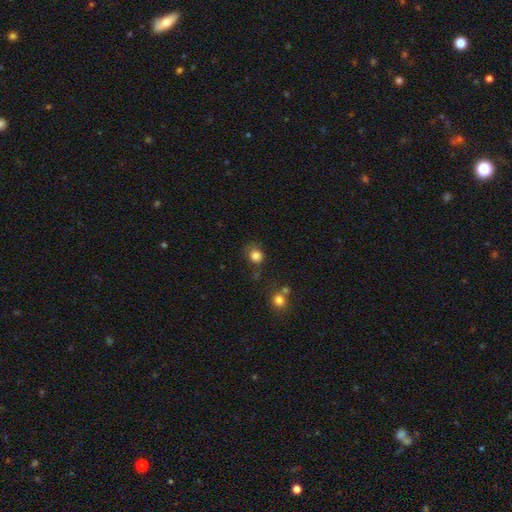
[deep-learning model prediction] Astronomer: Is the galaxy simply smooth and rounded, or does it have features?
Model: smooth — 83%.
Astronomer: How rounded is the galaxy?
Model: round — 74%.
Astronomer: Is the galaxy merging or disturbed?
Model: none — 60%.